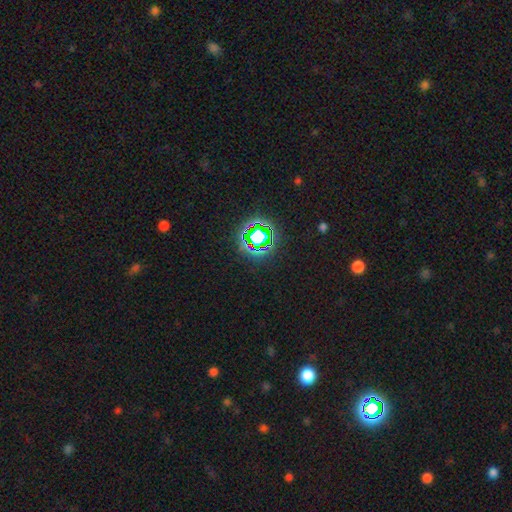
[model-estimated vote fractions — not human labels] Smooth or featured: star or artifact — 73% (smooth — 20%)